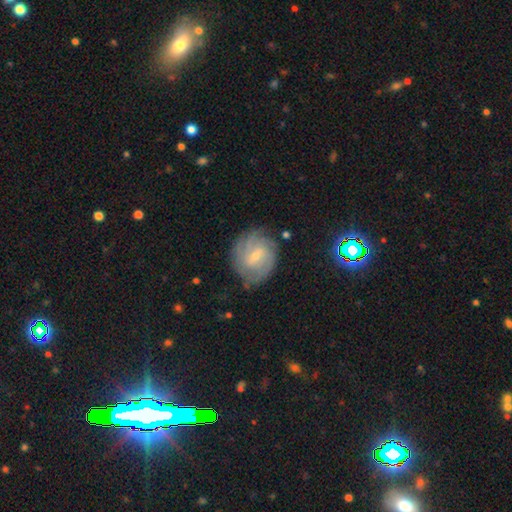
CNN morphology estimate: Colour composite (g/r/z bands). It shows a featured or disk galaxy (76%) with a weak bar (58%), 2 (34%, tied with can't tell) tight (58%) spiral arms (93%) and a small central bulge (67%). Merging: none (75%).